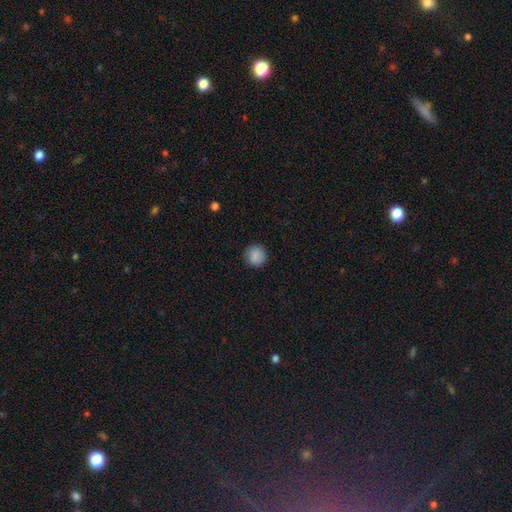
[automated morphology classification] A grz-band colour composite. It shows a smooth galaxy with no disk features (88%) that is round (93%). Merging: none (91%).